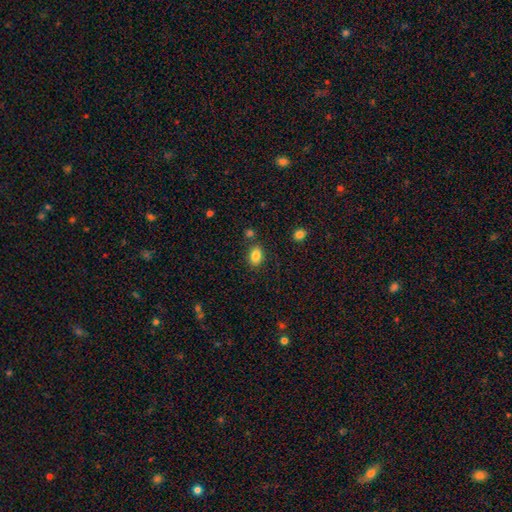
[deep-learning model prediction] Overall: smooth (85%). How rounded: in between (77%). Merging: none (80%).